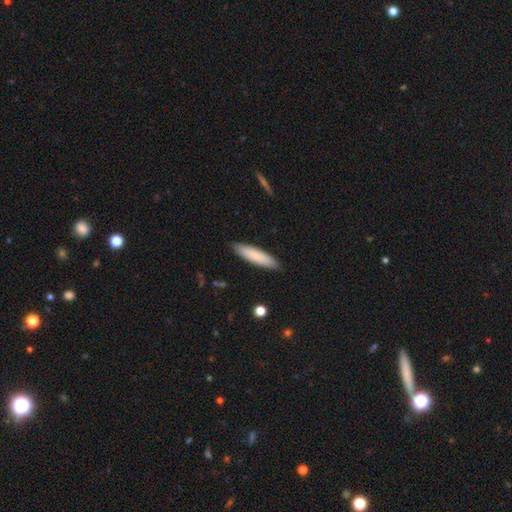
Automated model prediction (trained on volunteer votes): This is clearly a smooth galaxy (84%). How rounded: likely cigar-shaped (76%). Merging: clearly none (90%).